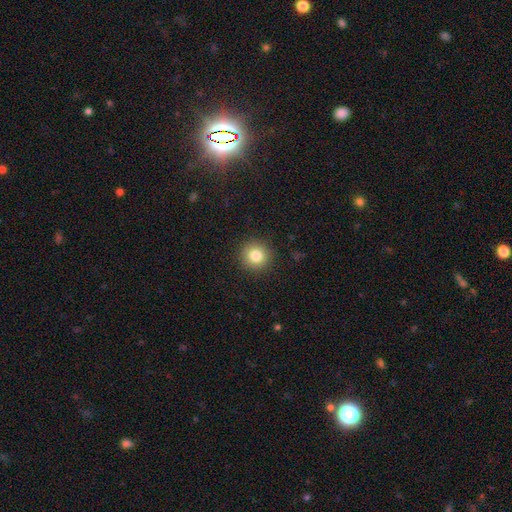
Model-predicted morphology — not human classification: A smooth galaxy with no disk features (83%) that is round (94%). Merging: none (91%).